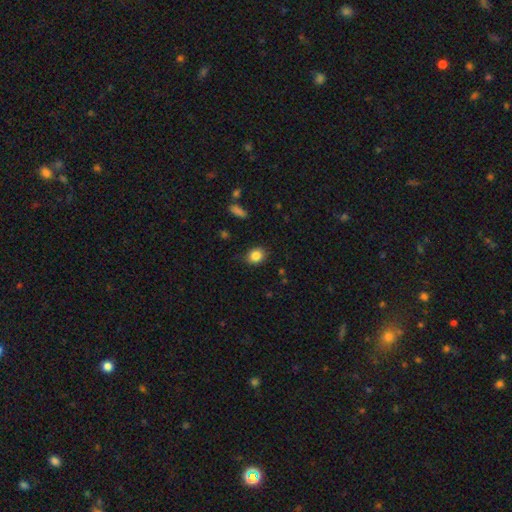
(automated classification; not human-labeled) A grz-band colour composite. It shows a smooth galaxy with no disk features (85%) that is round (54%). Merging: none (84%).